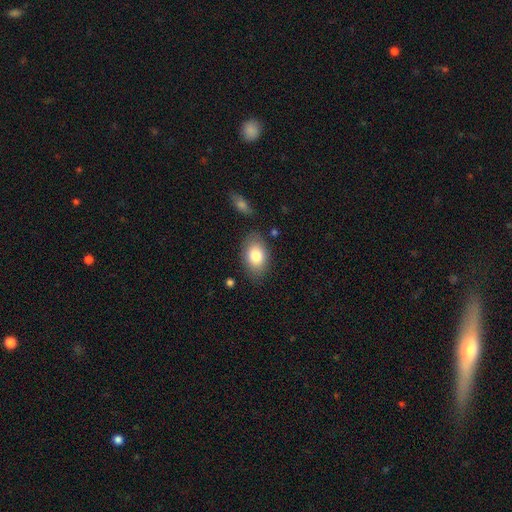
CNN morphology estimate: Overall: smooth (81%). How rounded: in between (86%). Merging: none (80%).